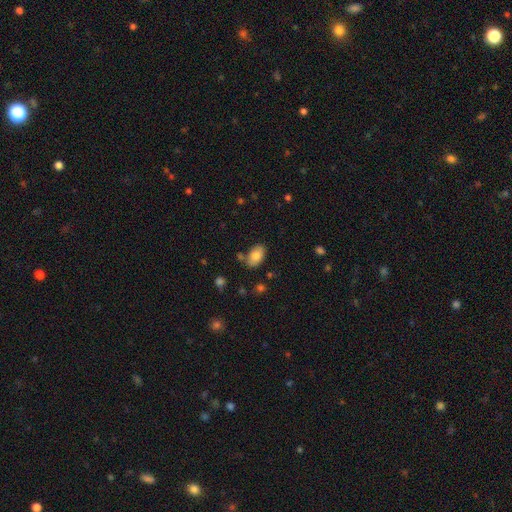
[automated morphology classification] Smooth or featured? smooth (82%)
How rounded? in between (93%)
Merging? none (76%)